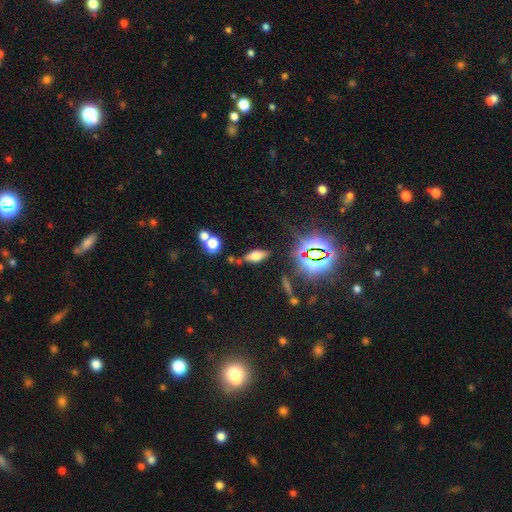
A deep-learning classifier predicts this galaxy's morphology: Overall: smooth (47%; featured or disk 33%). Merging: none (71%).